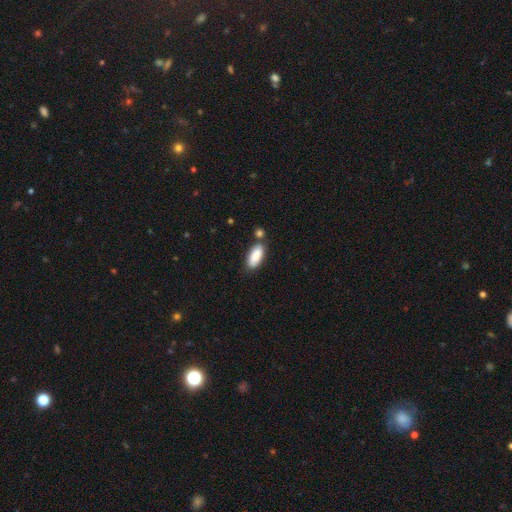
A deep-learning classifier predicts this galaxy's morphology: Q: Smooth or featured?
A: smooth (87%); runner-up: featured or disk (6%)
Q: How rounded?
A: in between (84%); runner-up: cigar-shaped (14%)
Q: Merging?
A: none (67%); runner-up: merger (15%)